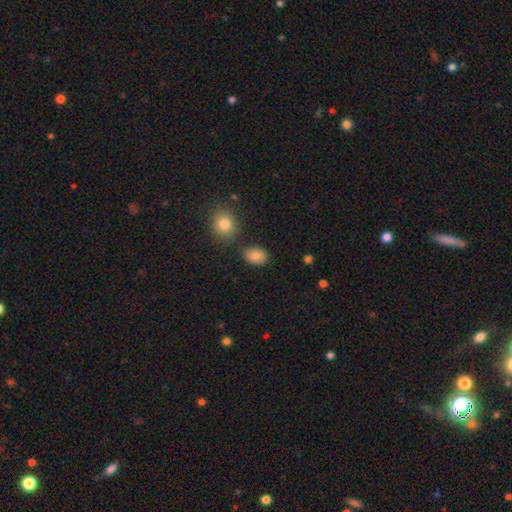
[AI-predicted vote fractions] Q: Smooth or featured?
A: smooth (83%); runner-up: star or artifact (9%)
Q: How rounded?
A: in between (74%); runner-up: round (25%)
Q: Merging?
A: none (80%); runner-up: minor disturbance (12%)